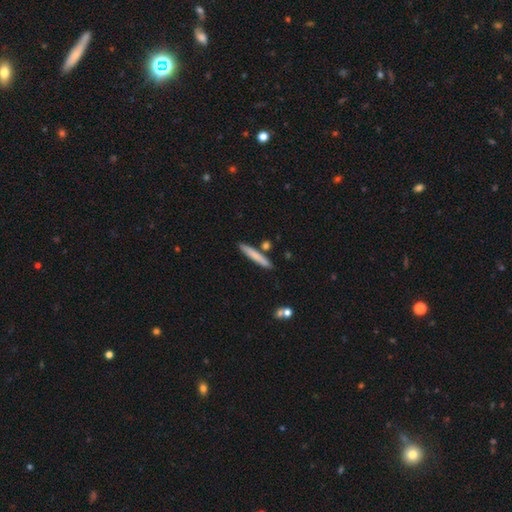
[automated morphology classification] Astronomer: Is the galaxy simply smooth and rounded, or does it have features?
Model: smooth — 74%.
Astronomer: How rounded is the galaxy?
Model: cigar-shaped — 94%.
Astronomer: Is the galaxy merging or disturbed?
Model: none — 84%.